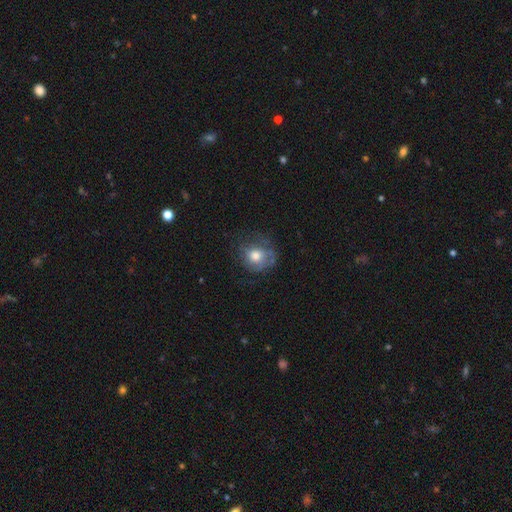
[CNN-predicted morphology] smooth_or_featured: smooth (p=0.62) [alt: featured or disk p=0.29]
how_rounded: round (p=0.72) [alt: in between p=0.27]
merging: none (p=0.53) [alt: minor disturbance p=0.26]